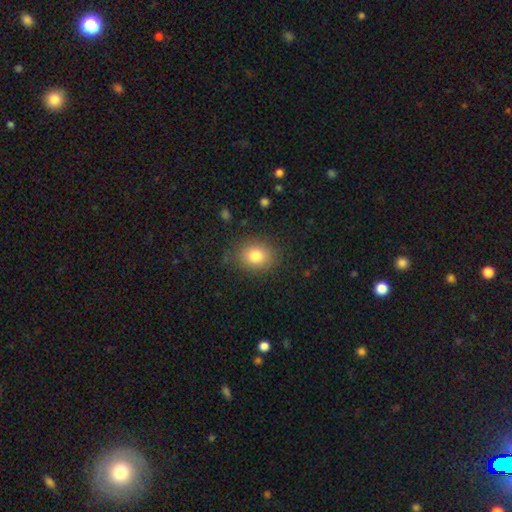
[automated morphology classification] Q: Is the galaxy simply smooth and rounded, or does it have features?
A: smooth — 81%.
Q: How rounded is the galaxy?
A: round — 57%.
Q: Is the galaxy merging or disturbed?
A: none — 83%.